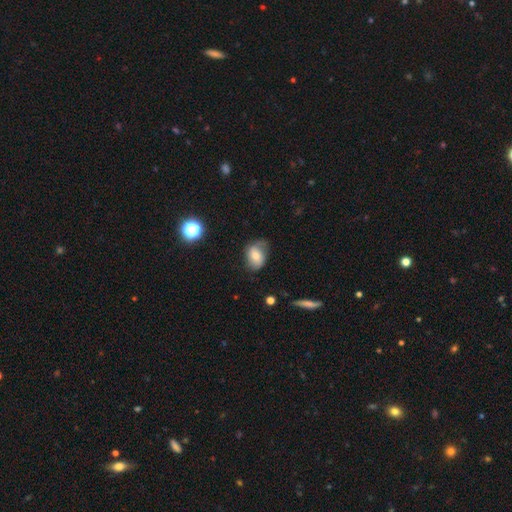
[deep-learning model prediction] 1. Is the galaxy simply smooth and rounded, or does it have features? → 59% smooth, 31% featured or disk, 10% star or artifact.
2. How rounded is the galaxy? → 71% in between, 27% round, 1% cigar-shaped.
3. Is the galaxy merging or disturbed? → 52% none, 33% minor disturbance, 13% major disturbance, 2% merger.